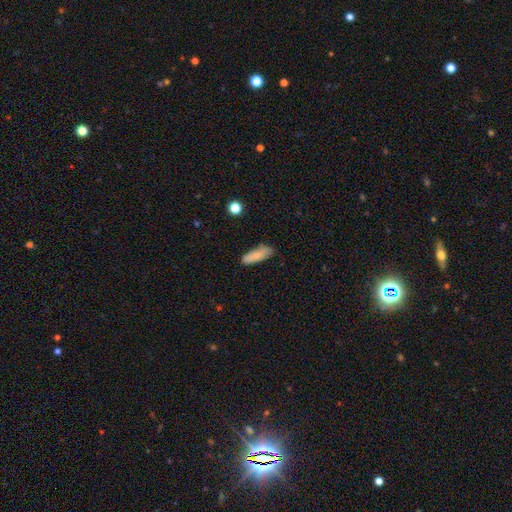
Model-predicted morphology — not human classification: This appears to be a smooth galaxy with no disk features (83%) that is in between round and cigar-shaped (56%). Merging: none (74%).